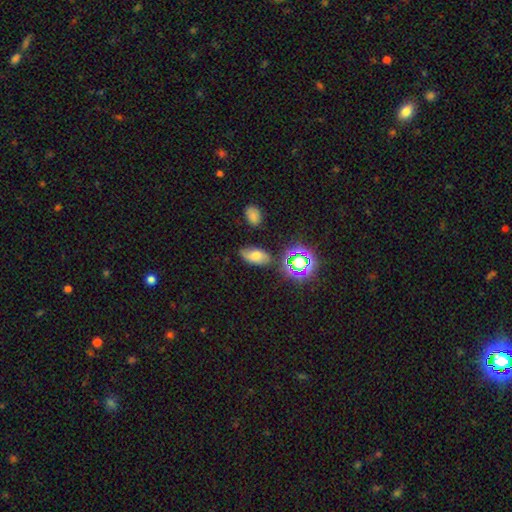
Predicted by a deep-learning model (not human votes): Morphology: type=smooth (58%); roundness=in between (88%); merging=none (73%).